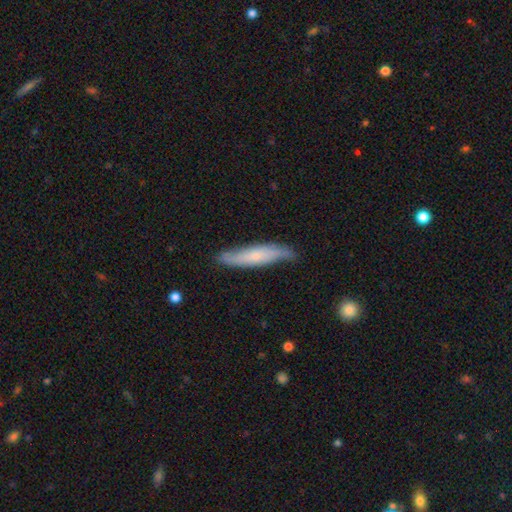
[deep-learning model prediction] A smooth galaxy with no disk features (48%). Merging: none (75%).